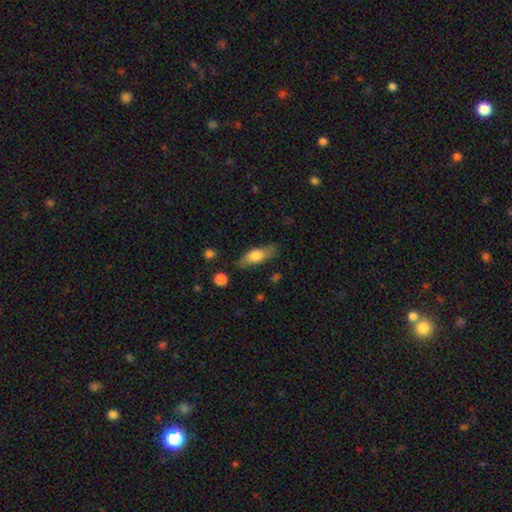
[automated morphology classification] Q: Smooth or featured?
A: smooth (69%); runner-up: featured or disk (25%)
Q: How rounded?
A: in between (67%); runner-up: cigar-shaped (30%)
Q: Merging?
A: none (76%); runner-up: minor disturbance (17%)